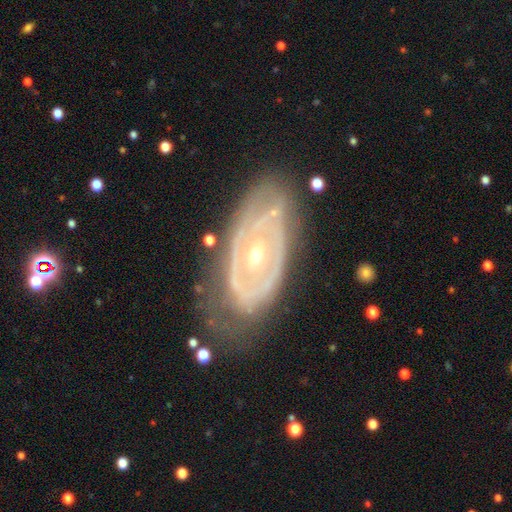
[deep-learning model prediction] Smooth or featured? featured or disk (82%)
Edge-on disk? no (92%)
Bar? no (75%)
Spiral arms? yes (58%)
Bulge size? small (62%)
Merging? none (59%)